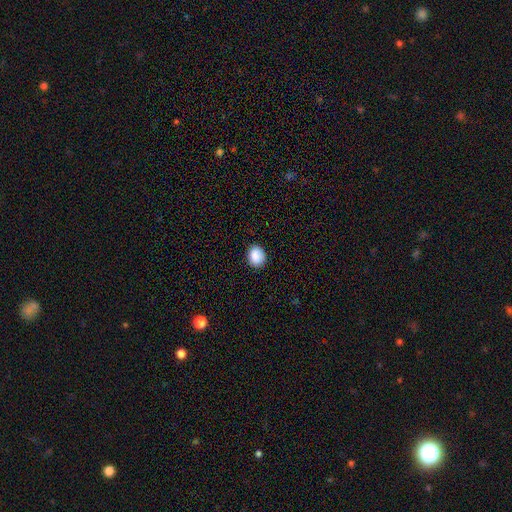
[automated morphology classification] Smooth or featured: smooth — 88% (star or artifact — 8%)
How rounded: round — 56% (in between — 43%)
Merging: none — 87% (minor disturbance — 10%)